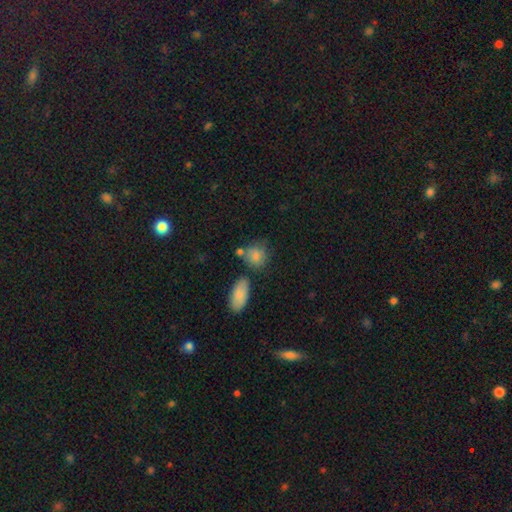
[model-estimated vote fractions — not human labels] Overall: smooth (80%). How rounded: round (65%; in between 34%). Merging: none (56%; minor disturbance 21%).